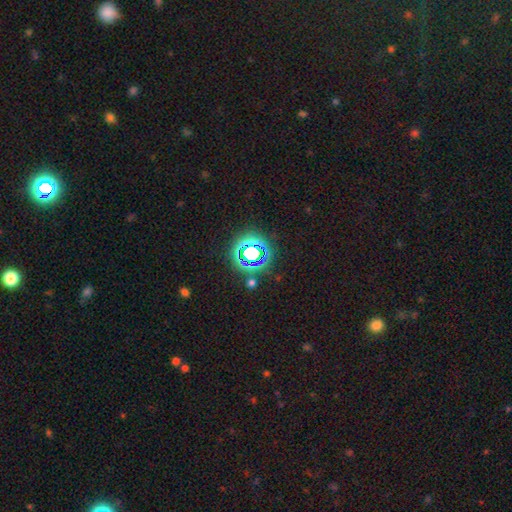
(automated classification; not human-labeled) The model was most divided on "smooth or featured": star or artifact: 68%, smooth: 21%, featured or disk: 11%.